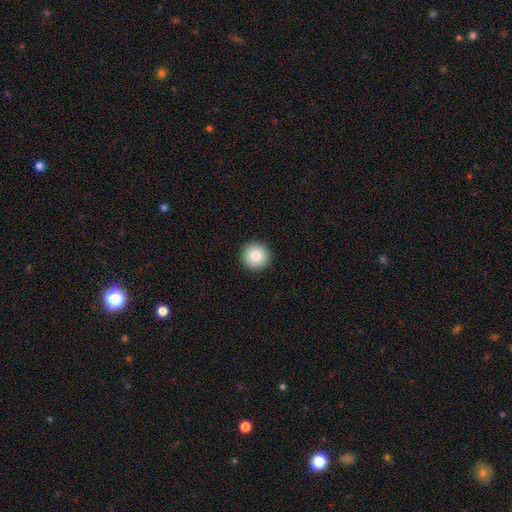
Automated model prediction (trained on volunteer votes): Smooth or featured: smooth — 83% (star or artifact — 9%)
How rounded: round — 96% (in between — 3%)
Merging: none — 93% (minor disturbance — 4%)